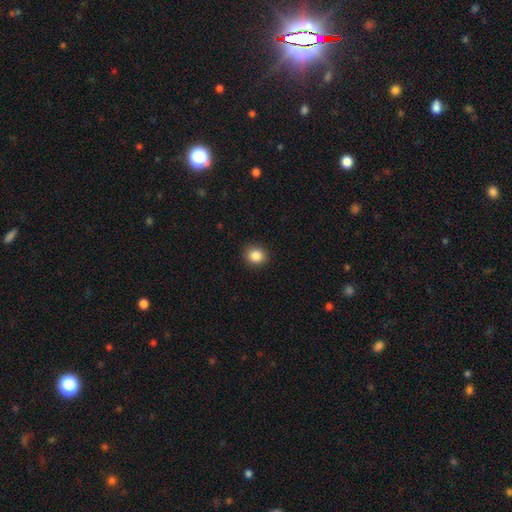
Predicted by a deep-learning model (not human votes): The model was most divided on "how rounded": round: 80%, in between: 19%, cigar-shaped: 1%. More confident: merging — none (90%); smooth or featured — smooth (86%).